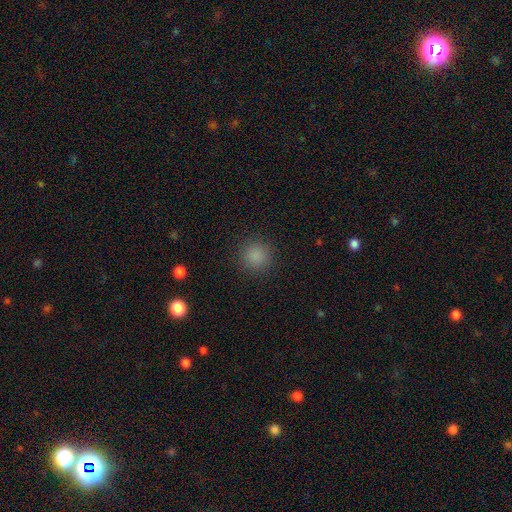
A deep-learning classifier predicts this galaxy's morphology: smooth 84%, star or artifact 12%, featured or disk 3%. Down the decision tree: how rounded — round (94%); merging — none (89%).